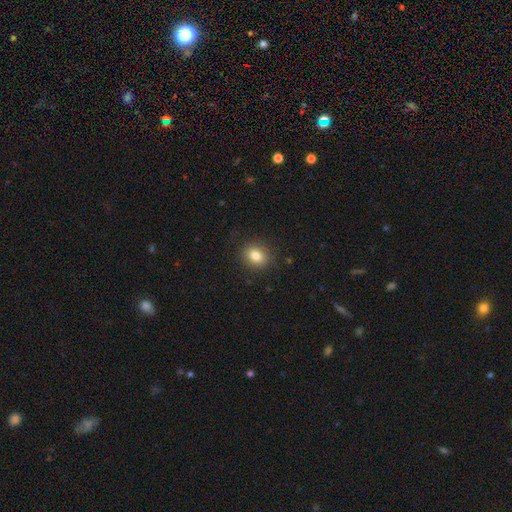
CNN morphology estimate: The model was most divided on "how rounded": round: 51%, in between: 48%, cigar-shaped: 1%. More confident: merging — none (86%); smooth or featured — smooth (82%).